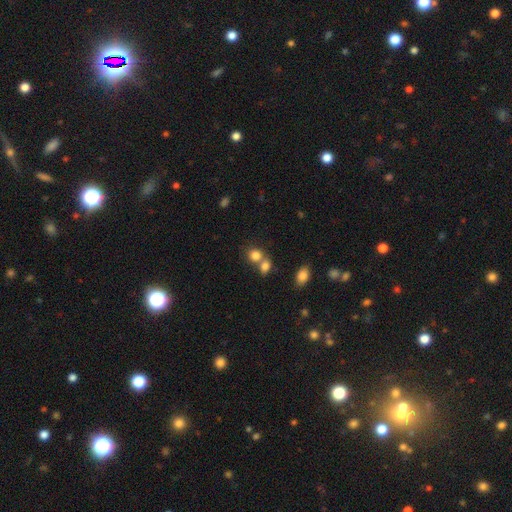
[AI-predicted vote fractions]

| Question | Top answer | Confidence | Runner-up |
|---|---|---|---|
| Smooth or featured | smooth | 82% | star or artifact (11%) |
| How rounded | round | 68% | in between (31%) |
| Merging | merger | 46% | none (42%) |